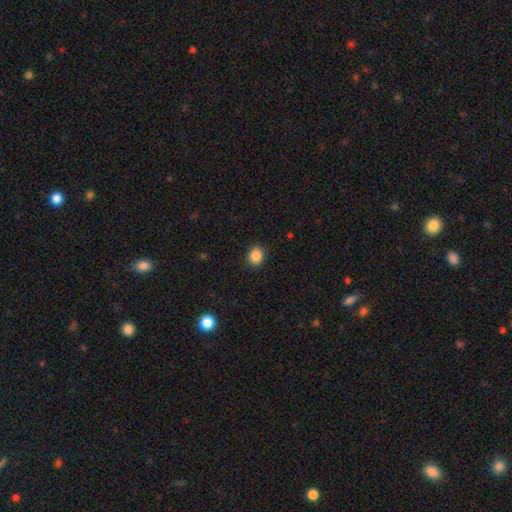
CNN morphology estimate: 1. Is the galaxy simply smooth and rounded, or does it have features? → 87% smooth, 10% star or artifact, 4% featured or disk.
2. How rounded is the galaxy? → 64% round, 35% in between, 1% cigar-shaped.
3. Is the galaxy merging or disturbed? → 90% none, 7% minor disturbance, 2% major disturbance, 1% merger.